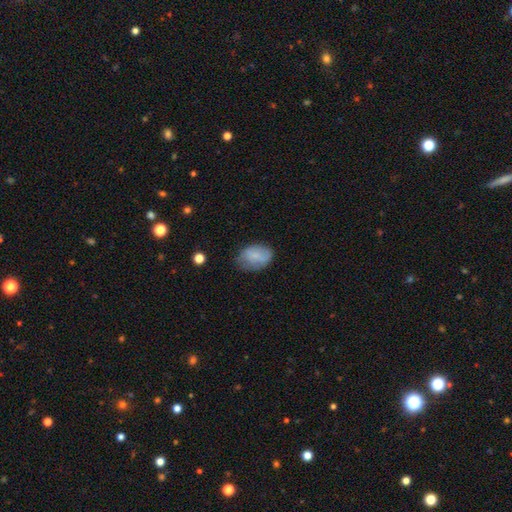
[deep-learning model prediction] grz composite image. It shows a smooth galaxy with no disk features (76%) that is in between round and cigar-shaped (81%). Merging: none (59%).